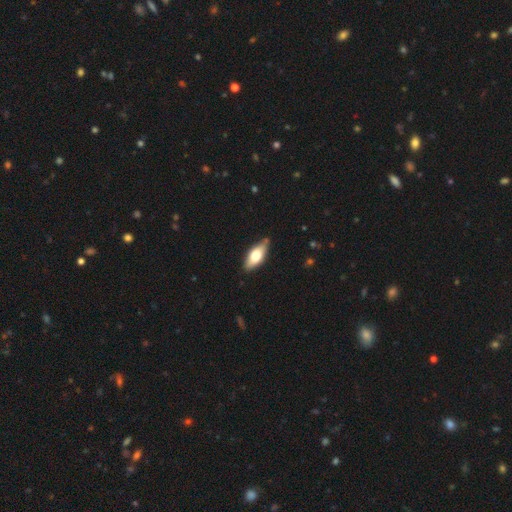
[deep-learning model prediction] smooth 59%, featured or disk 35%, star or artifact 6%. Down the decision tree: how rounded — in between (79%); merging — none (80%).